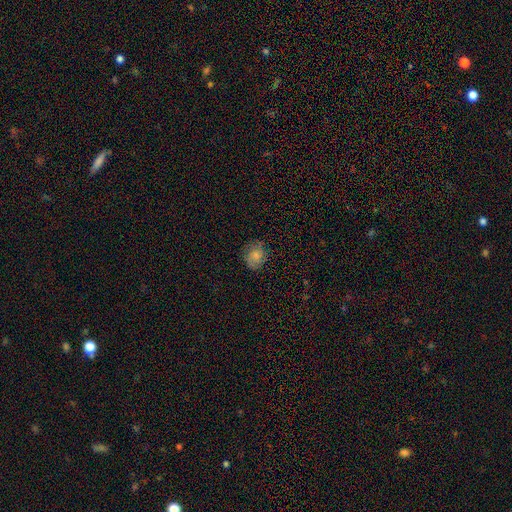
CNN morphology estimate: Smooth or featured? Predicted: smooth (p=0.67). How rounded? Predicted: round (p=0.64). Merging? Predicted: none (p=0.72).